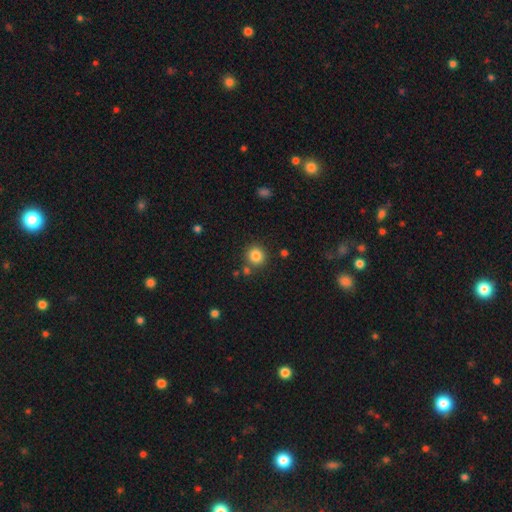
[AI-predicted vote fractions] The model was most divided on "smooth or featured": smooth: 84%, star or artifact: 11%, featured or disk: 5%. More confident: how rounded — round (91%); merging — none (83%).